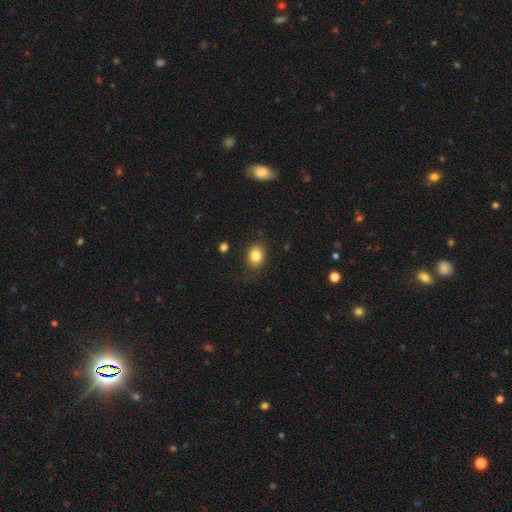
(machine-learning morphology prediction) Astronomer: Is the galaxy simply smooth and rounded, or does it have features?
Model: smooth — 83%.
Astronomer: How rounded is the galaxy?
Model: in between — 53% (runner-up: round, 47%).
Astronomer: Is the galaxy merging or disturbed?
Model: none — 82%.